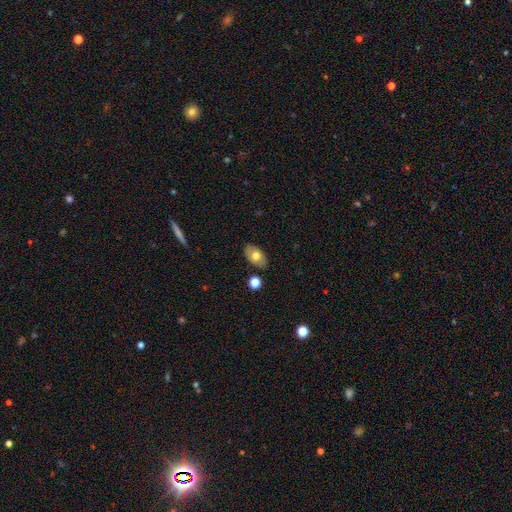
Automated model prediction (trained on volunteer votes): smooth-or-featured: smooth: 70% | featured or disk: 22% | star or artifact: 8%
  how-rounded: in between: 90% | round: 8% | cigar-shaped: 2%
  merging: none: 84% | minor disturbance: 11% | merger: 3% | major disturbance: 2%